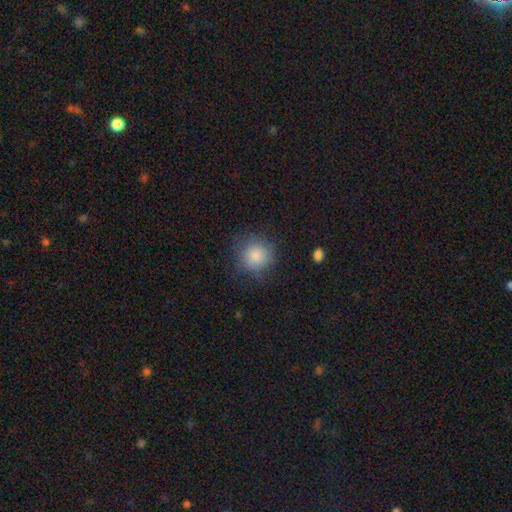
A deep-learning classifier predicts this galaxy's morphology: Smooth or featured?
  - smooth: 85% *
  - star or artifact: 9%
  - featured or disk: 7%
How rounded?
  - round: 91% *
  - in between: 8%
  - cigar-shaped: 1%
Merging?
  - none: 77% *
  - minor disturbance: 15%
  - major disturbance: 6%
  - merger: 1%